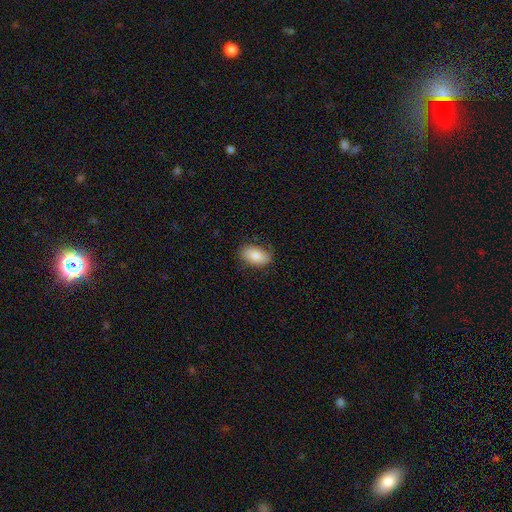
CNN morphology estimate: smooth-or-featured: smooth: 82% | featured or disk: 11% | star or artifact: 7%
  how-rounded: in between: 92% | round: 6% | cigar-shaped: 2%
  merging: none: 78% | minor disturbance: 17% | major disturbance: 4% | merger: 1%